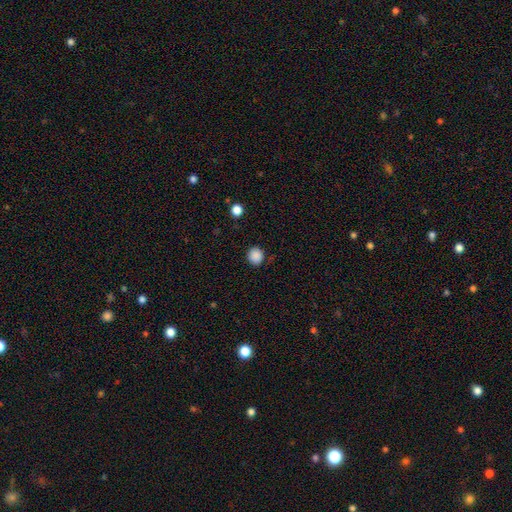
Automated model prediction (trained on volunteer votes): Overall: smooth (87%). How rounded: round (87%). Merging: none (87%).